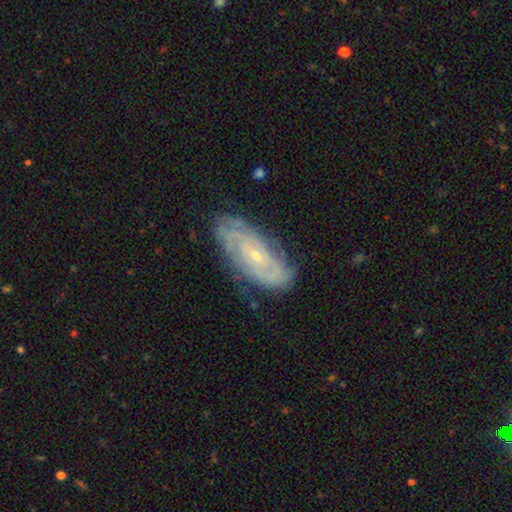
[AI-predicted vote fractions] This is clearly a featured or disk galaxy (81%). It is clearly not viewed edge-on (92%). Bar: likely no (61%). Spiral arm pattern: clearly yes (93%). Spiral arm count: marginally can't tell (39%). Spiral winding: likely tight (70%). Central bulge: likely small (73%). Merging: likely none (76%).